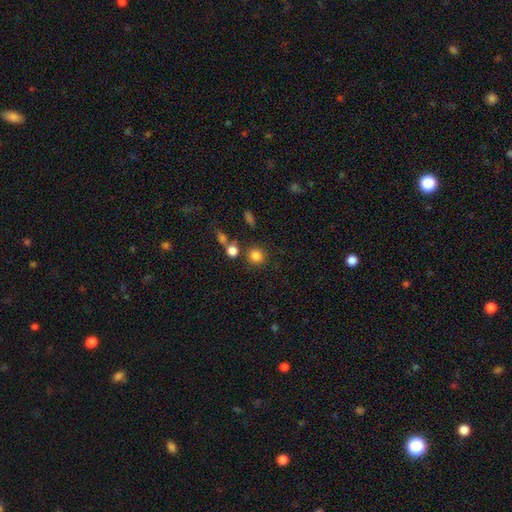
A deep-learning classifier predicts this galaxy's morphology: Overall: smooth (83%). How rounded: round (88%). Merging: none (79%).